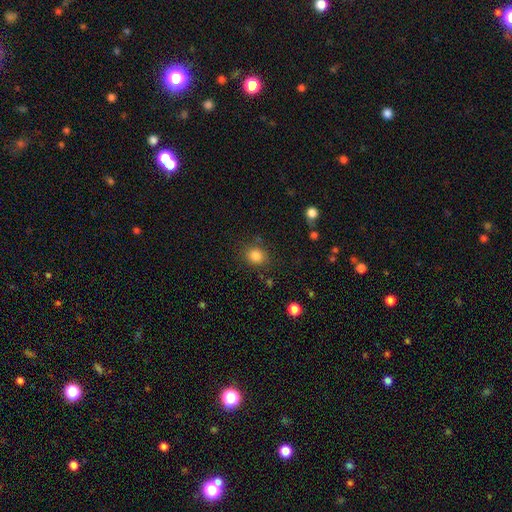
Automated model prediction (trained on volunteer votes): Morphology: type=smooth (84%); roundness=round (69%); merging=none (82%).